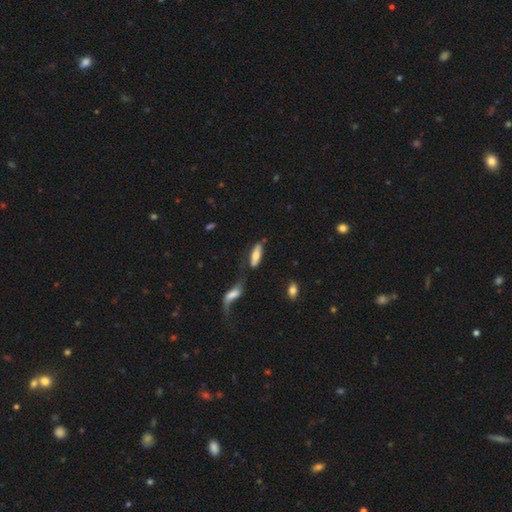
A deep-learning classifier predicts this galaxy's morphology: The model was most divided on "how rounded": in between: 57%, cigar-shaped: 40%, round: 3%. Remaining: smooth or featured — smooth (67%); merging — none (49%).